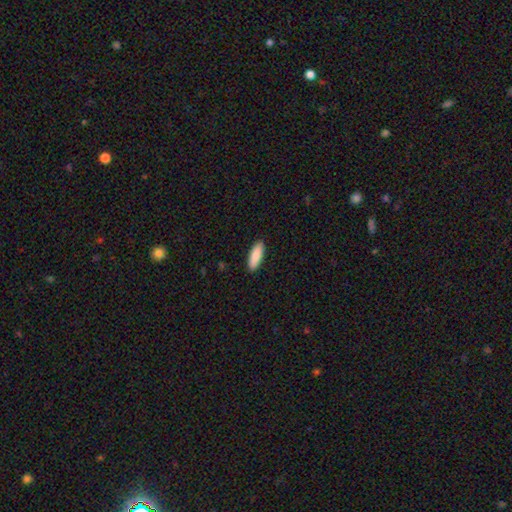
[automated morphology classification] smooth 87%, featured or disk 7%, star or artifact 6%. Down the decision tree: how rounded — in between (59%); merging — none (91%).